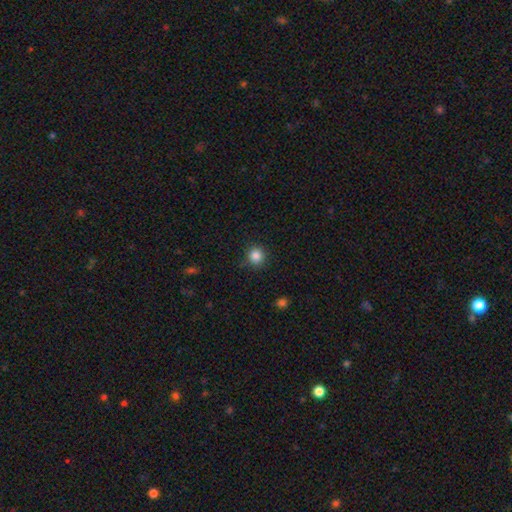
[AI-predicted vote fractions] smooth_or_featured: smooth (p=0.85) [alt: star or artifact p=0.11]
how_rounded: round (p=0.93) [alt: in between p=0.06]
merging: none (p=0.87) [alt: minor disturbance p=0.09]